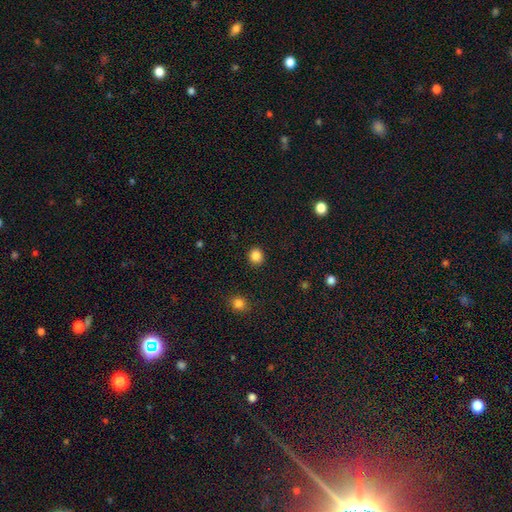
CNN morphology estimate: smooth-or-featured: smooth: 86% | star or artifact: 10% | featured or disk: 3%
  how-rounded: round: 83% | in between: 16% | cigar-shaped: 1%
  merging: none: 91% | minor disturbance: 6% | major disturbance: 2% | merger: 1%